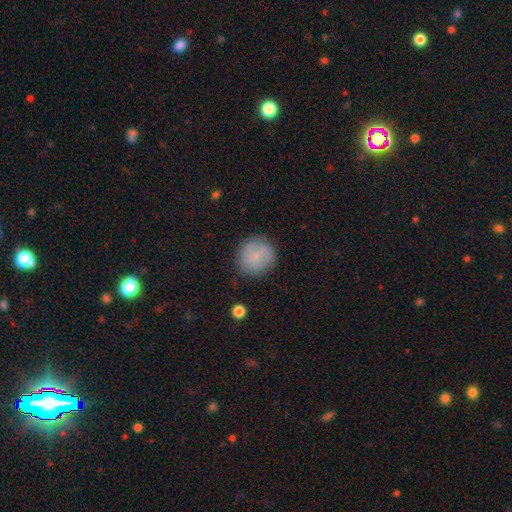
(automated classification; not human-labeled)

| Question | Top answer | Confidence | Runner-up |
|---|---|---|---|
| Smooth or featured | smooth | 68% | featured or disk (24%) |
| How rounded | round | 90% | in between (9%) |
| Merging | none | 76% | minor disturbance (17%) |